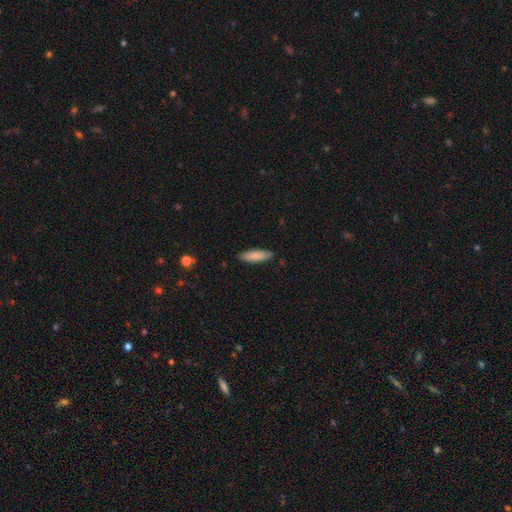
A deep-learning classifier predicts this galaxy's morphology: A smooth galaxy with no disk features (86%) that is cigar-shaped (57%).

Vote fractions:
- Smooth or featured? smooth: 86% / featured or disk: 8% / star or artifact: 6%
- How rounded? cigar-shaped: 57% / in between: 41% / round: 1%
- Merging? none: 87% / minor disturbance: 10% / major disturbance: 2% / merger: 1%